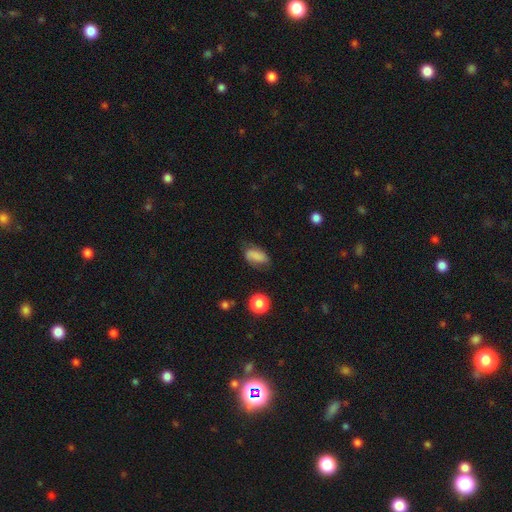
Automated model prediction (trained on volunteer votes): smooth_or_featured: smooth (p=0.72) [alt: featured or disk p=0.17]
how_rounded: in between (p=0.86) [alt: round p=0.07]
merging: none (p=0.58) [alt: minor disturbance p=0.29]